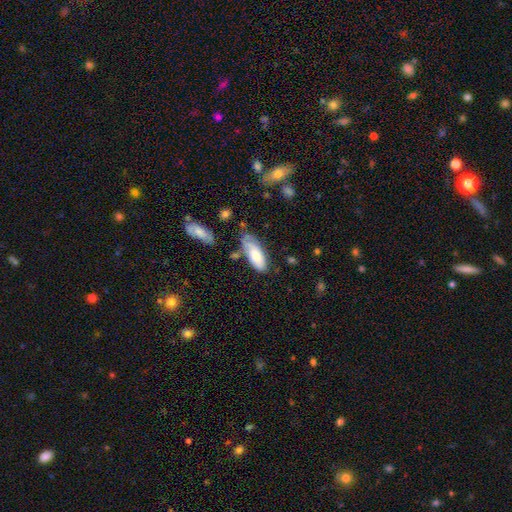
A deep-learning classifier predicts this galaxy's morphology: smooth-or-featured: smooth: 65% | featured or disk: 28% | star or artifact: 6%
  how-rounded: in between: 81% | cigar-shaped: 17% | round: 2%
  merging: none: 51% | minor disturbance: 30% | major disturbance: 10% | merger: 9%